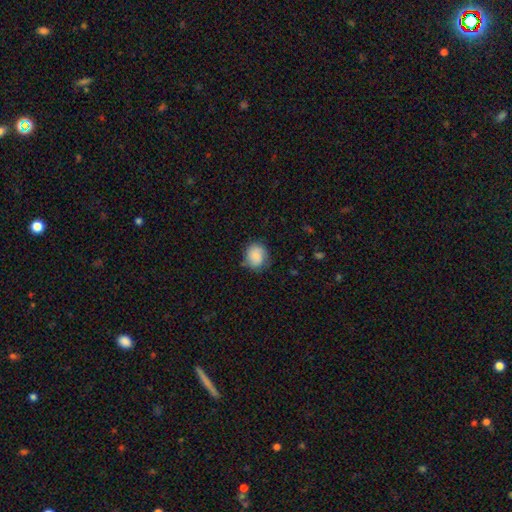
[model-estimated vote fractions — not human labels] Smooth or featured? smooth (81%)
How rounded? round (72%)
Merging? none (72%)